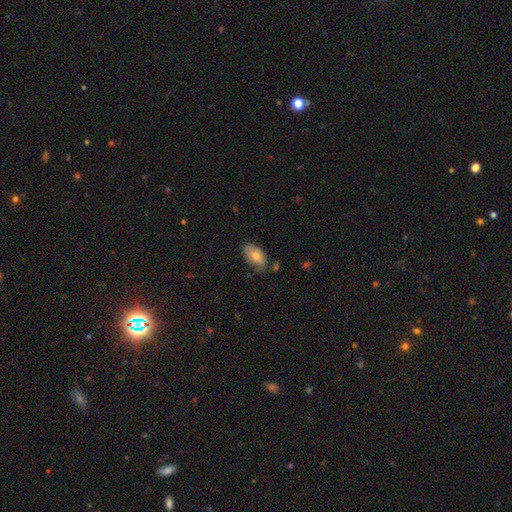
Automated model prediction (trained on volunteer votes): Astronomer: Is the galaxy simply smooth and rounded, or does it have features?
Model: smooth — 76%.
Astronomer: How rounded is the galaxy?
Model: in between — 93%.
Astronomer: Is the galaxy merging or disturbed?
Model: none — 67%.